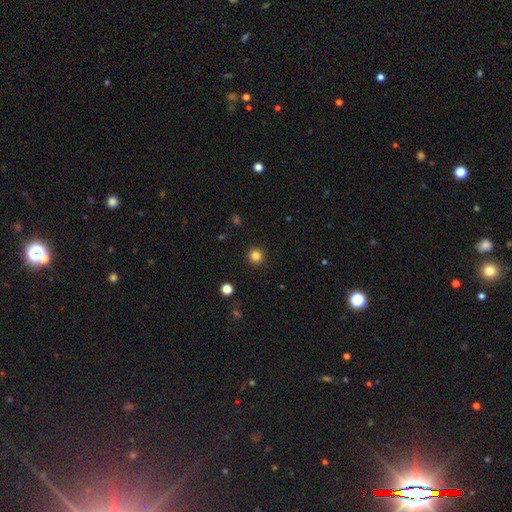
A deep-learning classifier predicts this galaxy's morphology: smooth 83%, star or artifact 12%, featured or disk 4%. Down the decision tree: how rounded — round (95%); merging — none (92%).